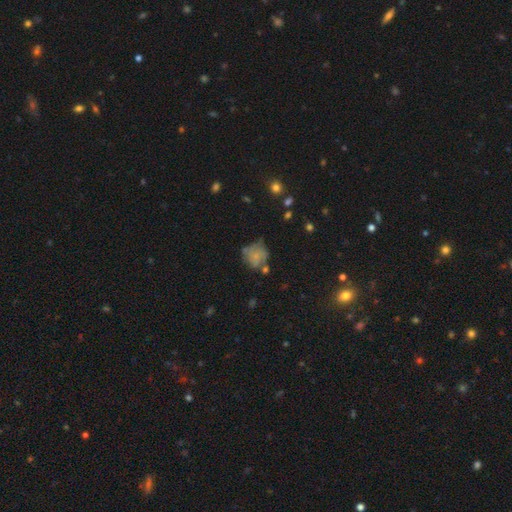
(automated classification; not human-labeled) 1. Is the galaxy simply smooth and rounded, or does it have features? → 58% smooth, 31% featured or disk, 11% star or artifact.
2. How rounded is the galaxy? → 77% round, 21% in between, 1% cigar-shaped.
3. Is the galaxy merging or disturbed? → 45% none, 29% minor disturbance, 14% major disturbance, 12% merger.